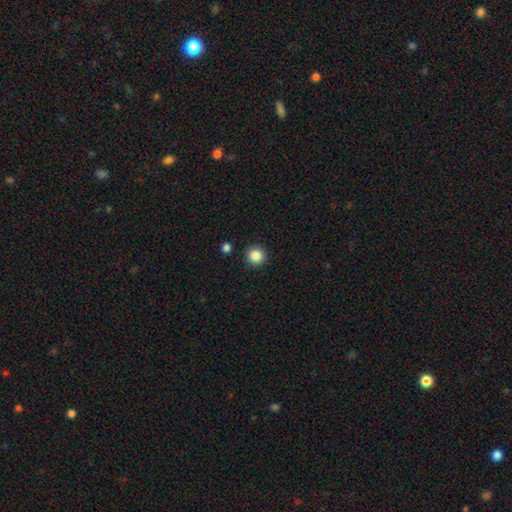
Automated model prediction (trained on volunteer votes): Smooth or featured? smooth (85%)
How rounded? round (95%)
Merging? none (92%)